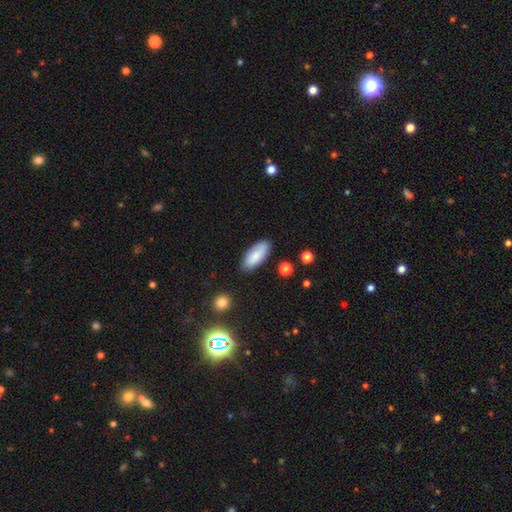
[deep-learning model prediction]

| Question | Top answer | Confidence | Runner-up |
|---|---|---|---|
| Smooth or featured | smooth | 84% | featured or disk (10%) |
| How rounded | in between | 83% | cigar-shaped (15%) |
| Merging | none | 84% | minor disturbance (12%) |